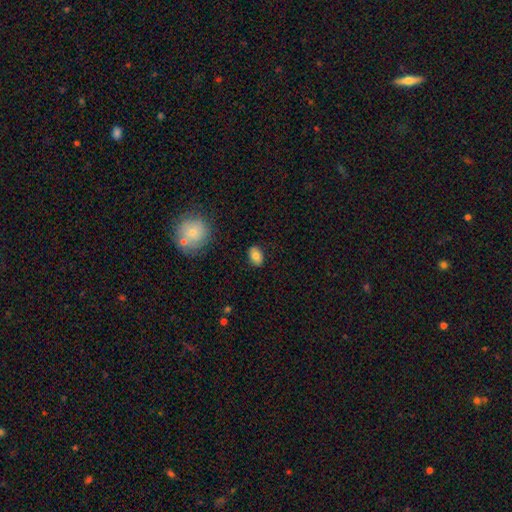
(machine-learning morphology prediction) smooth-or-featured: smooth: 80% | featured or disk: 11% | star or artifact: 9%
  how-rounded: in between: 80% | round: 18% | cigar-shaped: 1%
  merging: none: 86% | minor disturbance: 10% | major disturbance: 2% | merger: 2%